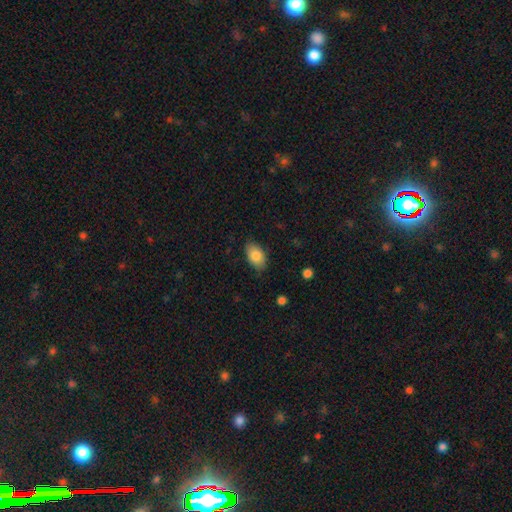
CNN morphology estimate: Q: Smooth or featured?
A: smooth (84%); runner-up: featured or disk (10%)
Q: How rounded?
A: in between (92%); runner-up: round (7%)
Q: Merging?
A: none (81%); runner-up: minor disturbance (15%)